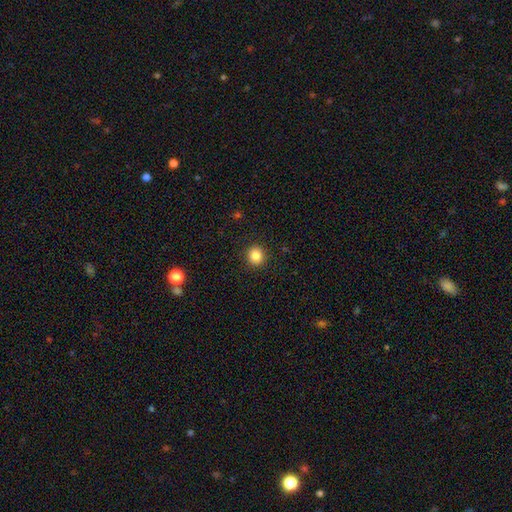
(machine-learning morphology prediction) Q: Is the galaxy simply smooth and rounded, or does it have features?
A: smooth — 85%.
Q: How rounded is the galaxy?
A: round — 90%.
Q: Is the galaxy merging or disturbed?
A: none — 92%.